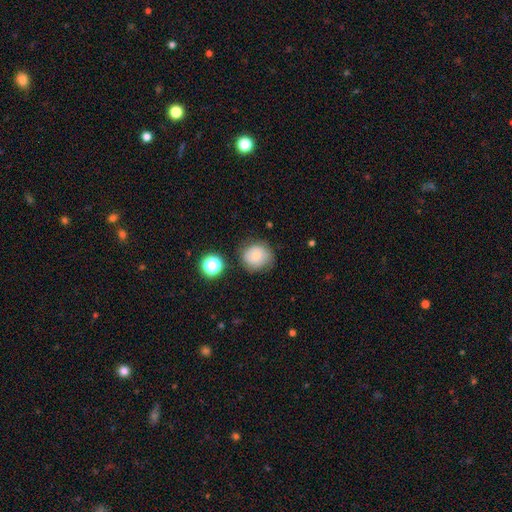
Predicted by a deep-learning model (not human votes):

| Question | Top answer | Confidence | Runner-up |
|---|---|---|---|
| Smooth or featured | smooth | 72% | featured or disk (17%) |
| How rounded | round | 84% | in between (15%) |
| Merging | none | 70% | minor disturbance (21%) |